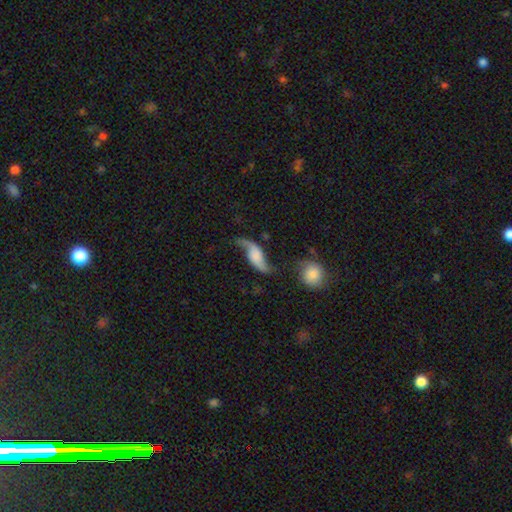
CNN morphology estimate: featured or disk 73%, smooth 20%, star or artifact 7%. Down the decision tree: edge-on disk — no (90%); bar — no (61%); spiral arms — yes (93%); spiral arm count — 2 (92%); spiral winding — loose (90%); bulge size — none (43%); merging — none (55%).